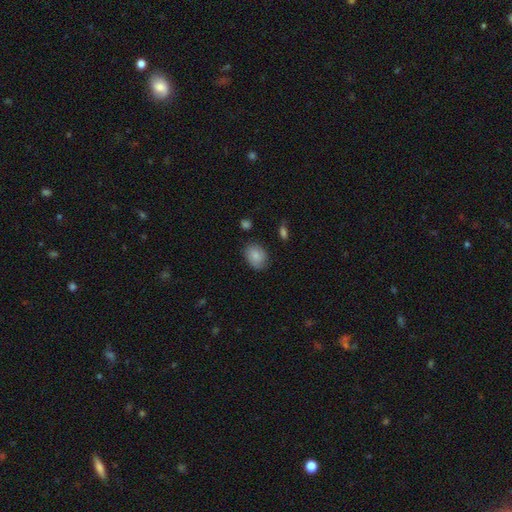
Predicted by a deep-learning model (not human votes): smooth 77%, featured or disk 15%, star or artifact 8%. Down the decision tree: how rounded — in between (66%); merging — none (73%).